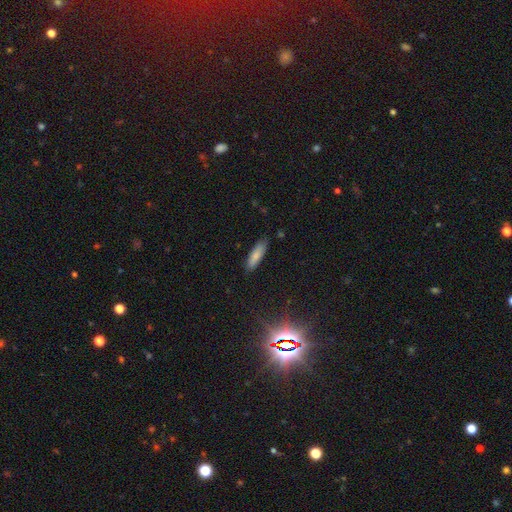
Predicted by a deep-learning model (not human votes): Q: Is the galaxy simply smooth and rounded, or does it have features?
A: smooth — 79%.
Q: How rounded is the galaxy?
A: cigar-shaped — 59%.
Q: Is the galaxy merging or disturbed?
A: none — 83%.